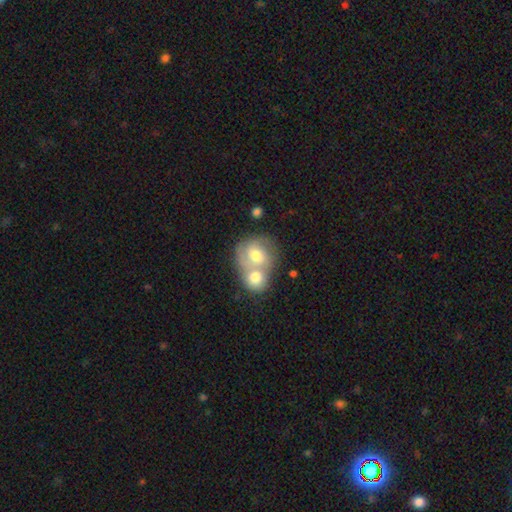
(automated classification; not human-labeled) This appears to be a featured or disk galaxy (47%). Merging: merger (65%).